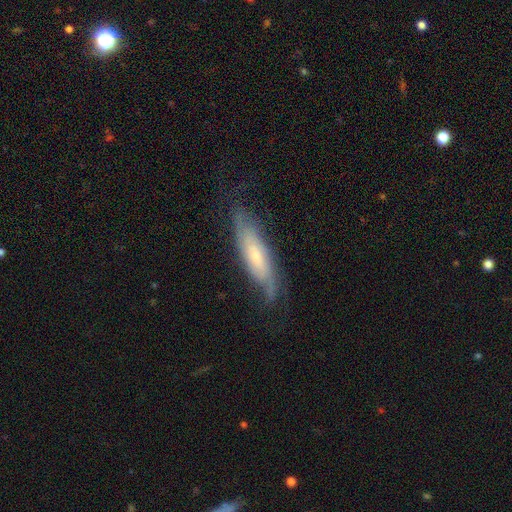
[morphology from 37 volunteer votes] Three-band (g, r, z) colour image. It shows a featured or disk galaxy (81%) with no bar (67%), 2 (36%) tight (40%) spiral arms (93%) and a small central bulge (41%). Merging: none (61%).